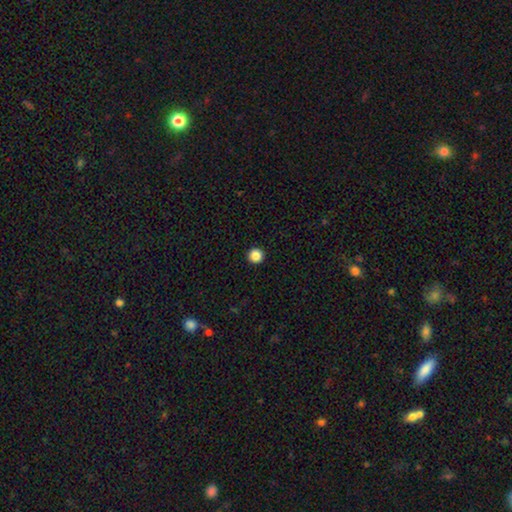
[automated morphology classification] Overall: smooth (87%). How rounded: round (97%). Merging: none (94%).